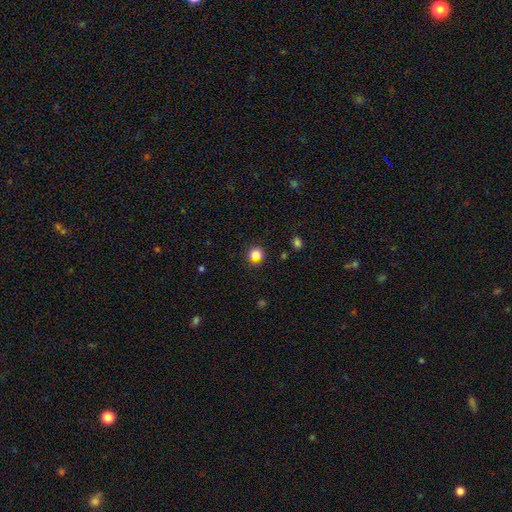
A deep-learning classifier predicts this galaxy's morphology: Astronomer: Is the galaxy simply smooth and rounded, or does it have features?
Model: smooth — 81%.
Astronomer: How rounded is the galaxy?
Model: round — 83%.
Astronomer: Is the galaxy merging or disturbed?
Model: none — 78%.